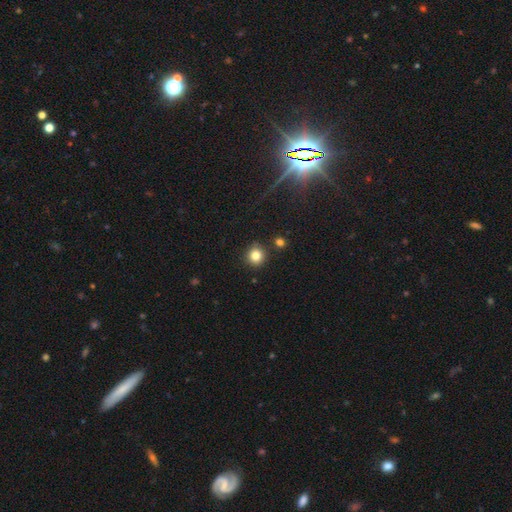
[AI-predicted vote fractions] Overall: smooth (83%). How rounded: round (90%). Merging: none (85%).